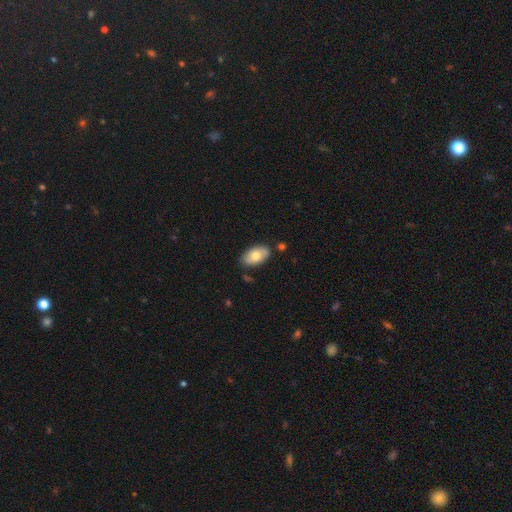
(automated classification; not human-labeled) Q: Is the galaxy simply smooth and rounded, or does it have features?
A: smooth — 73%.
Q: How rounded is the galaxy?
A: in between — 94%.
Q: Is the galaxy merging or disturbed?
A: none — 79%.